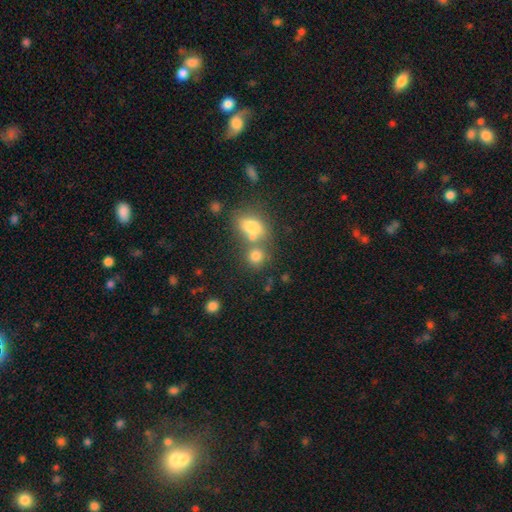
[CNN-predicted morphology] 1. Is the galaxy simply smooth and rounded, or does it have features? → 78% smooth, 13% star or artifact, 9% featured or disk.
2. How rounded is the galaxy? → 71% round, 27% in between, 2% cigar-shaped.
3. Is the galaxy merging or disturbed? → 50% none, 36% merger, 10% minor disturbance, 5% major disturbance.